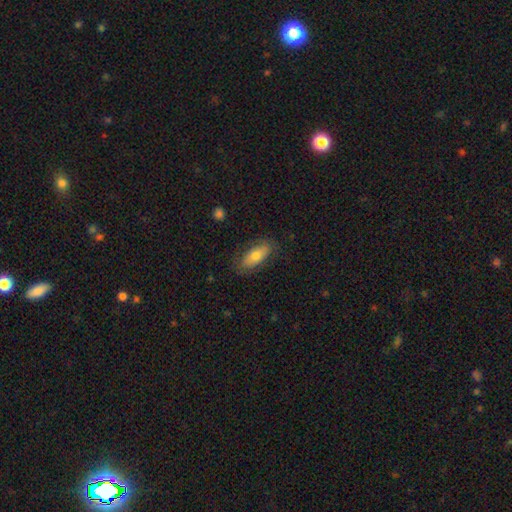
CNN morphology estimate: Q: Smooth or featured?
A: smooth (70%); runner-up: featured or disk (24%)
Q: How rounded?
A: in between (81%); runner-up: cigar-shaped (16%)
Q: Merging?
A: none (80%); runner-up: minor disturbance (15%)